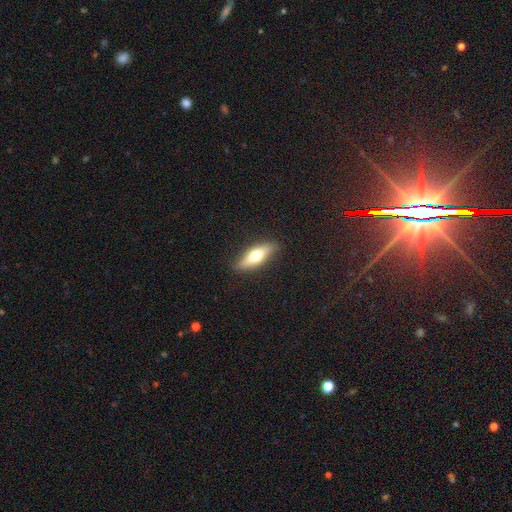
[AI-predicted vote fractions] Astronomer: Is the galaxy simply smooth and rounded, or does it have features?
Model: smooth — 57% (runner-up: featured or disk, 37%).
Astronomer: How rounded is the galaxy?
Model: in between — 49% (runner-up: cigar-shaped, 48%).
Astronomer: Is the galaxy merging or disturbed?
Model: none — 88%.